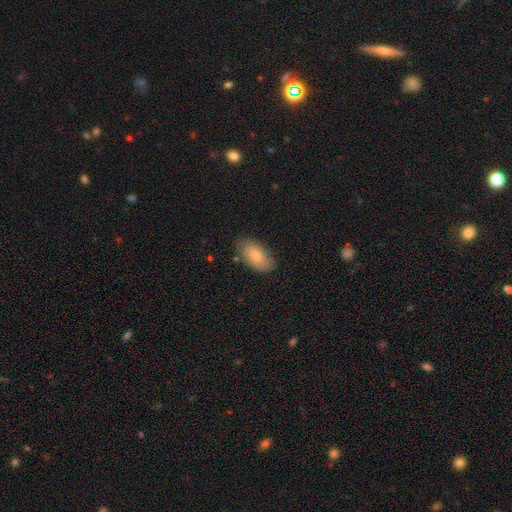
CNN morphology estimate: The model was most divided on "smooth or featured": smooth: 74%, featured or disk: 19%, star or artifact: 7%. More confident: how rounded — in between (94%); merging — none (79%).